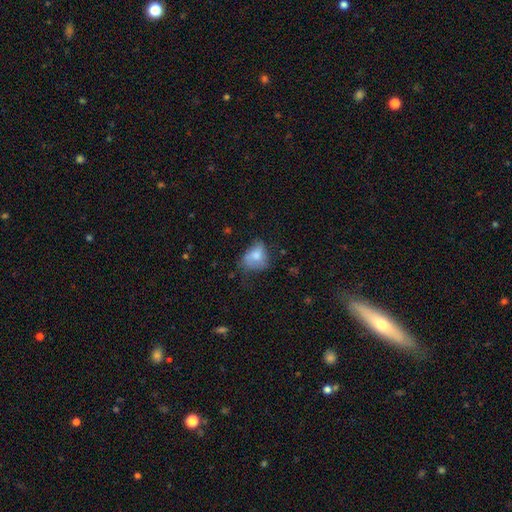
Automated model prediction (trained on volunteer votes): Smooth or featured? Predicted: smooth (p=0.65). How rounded? Predicted: in between (p=0.64). Merging? Predicted: minor disturbance (p=0.33).